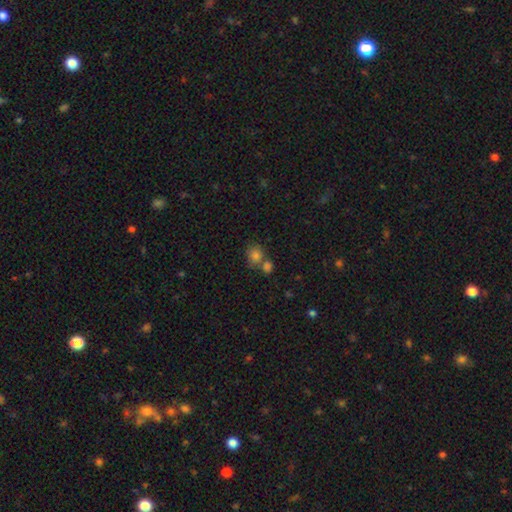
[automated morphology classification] Overall: smooth (79%). How rounded: round (68%; in between 31%). Merging: none (51%; merger 35%).